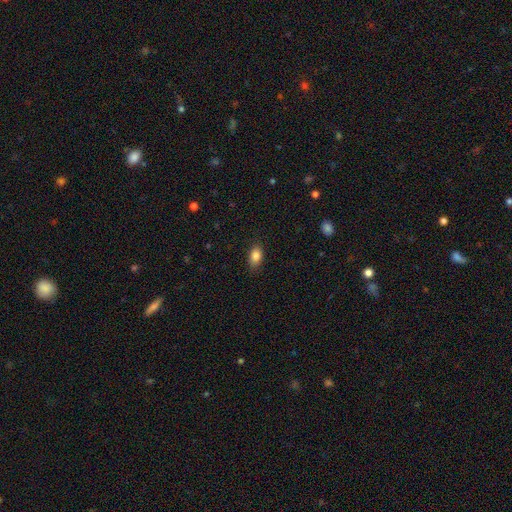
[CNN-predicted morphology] A smooth galaxy with no disk features (85%) that is in between round and cigar-shaped (87%). Merging: none (85%).